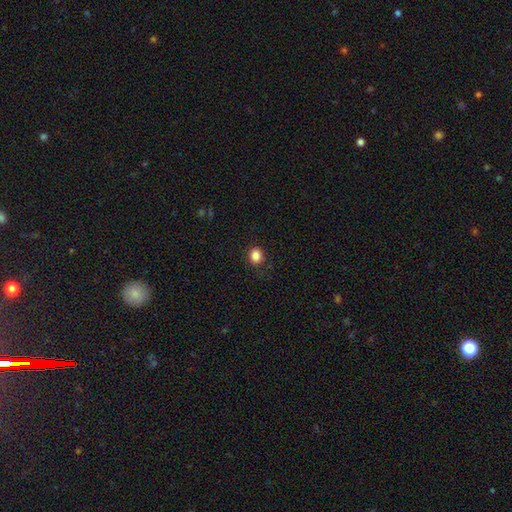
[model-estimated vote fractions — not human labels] A smooth galaxy with no disk features (85%) that is round (67%). Merging: none (87%).